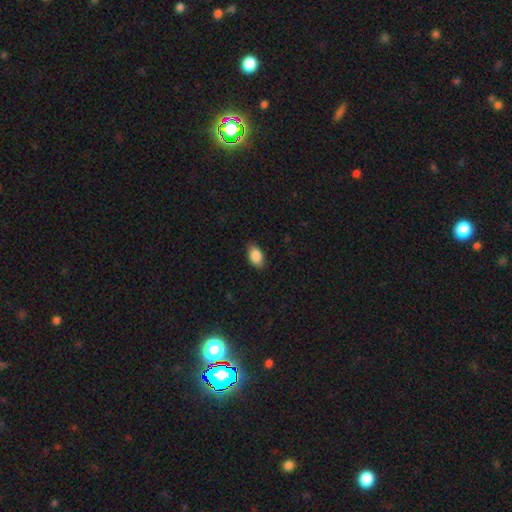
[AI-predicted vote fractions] Q: Smooth or featured?
A: smooth (88%); runner-up: star or artifact (7%)
Q: How rounded?
A: in between (91%); runner-up: round (7%)
Q: Merging?
A: none (84%); runner-up: minor disturbance (13%)